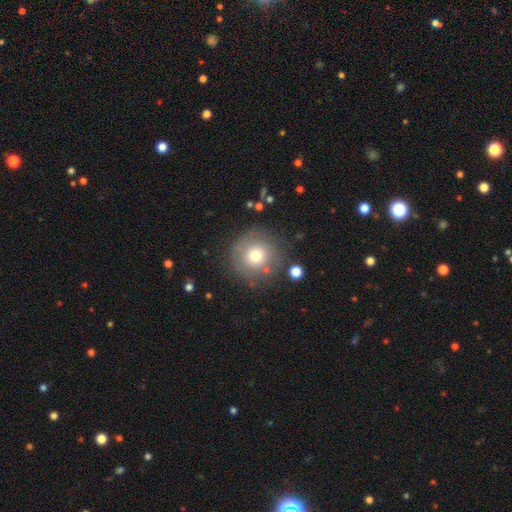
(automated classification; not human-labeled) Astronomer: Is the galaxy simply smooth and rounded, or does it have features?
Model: smooth — 69%.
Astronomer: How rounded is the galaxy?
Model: round — 95%.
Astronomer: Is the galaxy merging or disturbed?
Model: none — 79%.